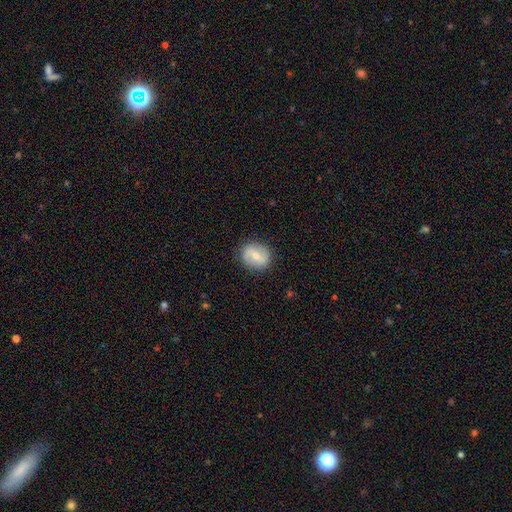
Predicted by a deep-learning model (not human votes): A featured or disk galaxy (48%).

Vote fractions:
- Smooth or featured? featured or disk: 48% / smooth: 45% / star or artifact: 7%
- Merging? none: 86% / minor disturbance: 10% / major disturbance: 3% / merger: 1%